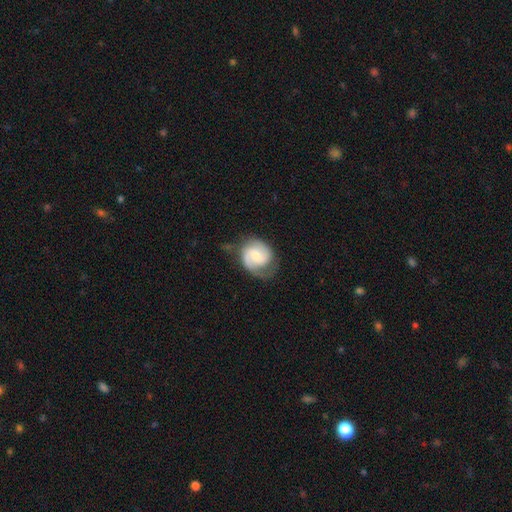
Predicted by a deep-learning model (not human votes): Smooth or featured: featured or disk — 70% (smooth — 24%)
Edge-on disk: no — 98% (yes — 2%)
Bar: weak — 48% (no — 38%)
Spiral arms: yes — 94% (no — 6%)
Spiral winding: medium — 46% (tight — 35%)
Spiral arm count: 2 — 77% (1 — 10%)
Bulge size: small — 40% (moderate — 38%)
Merging: none — 56% (minor disturbance — 27%)